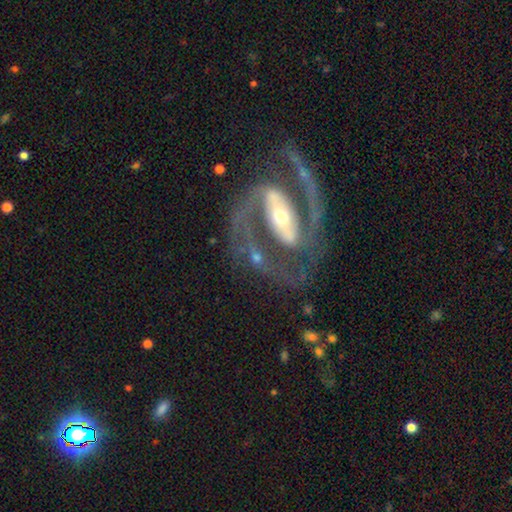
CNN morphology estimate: Smooth or featured: featured or disk — 91% (star or artifact — 5%)
Edge-on disk: no — 97% (yes — 3%)
Bar: strong — 63% (weak — 23%)
Spiral arms: yes — 97% (no — 3%)
Spiral winding: medium — 61% (tight — 24%)
Spiral arm count: 2 — 92% (can't tell — 2%)
Bulge size: moderate — 55% (small — 36%)
Merging: none — 70% (minor disturbance — 14%)